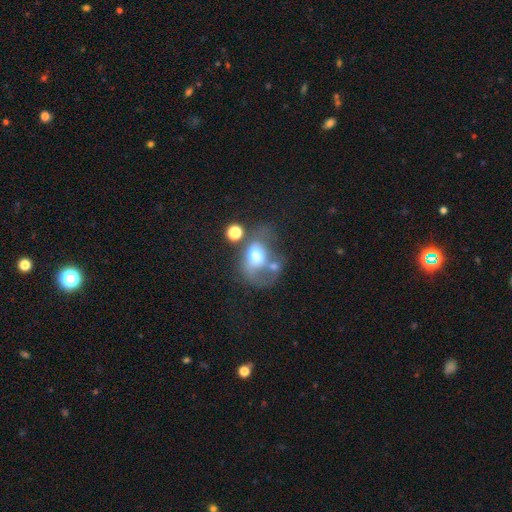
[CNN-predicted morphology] A smooth galaxy with no disk features (54%) that is in between round and cigar-shaped (62%). Merging: merger (34%).